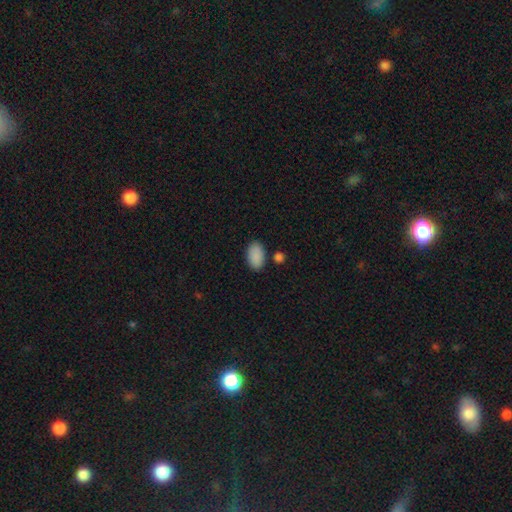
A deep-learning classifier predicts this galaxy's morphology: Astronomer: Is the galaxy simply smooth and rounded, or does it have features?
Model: smooth — 89%.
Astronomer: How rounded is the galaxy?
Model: in between — 93%.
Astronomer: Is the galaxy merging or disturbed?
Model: none — 81%.